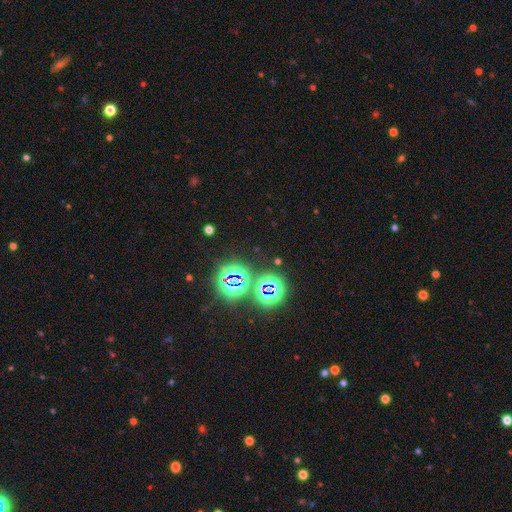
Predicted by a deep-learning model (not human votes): A star or artifact, not a galaxy (74%).